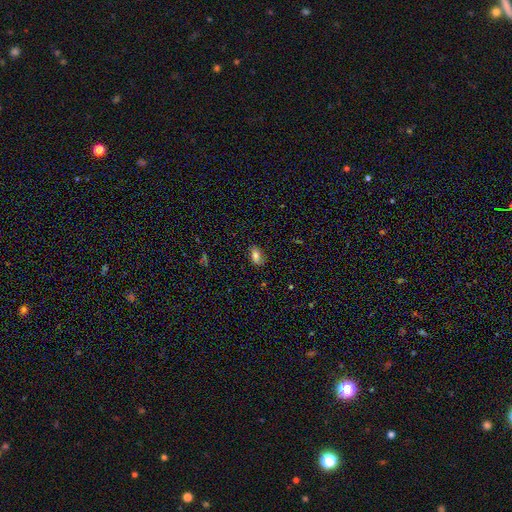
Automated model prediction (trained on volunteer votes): Smooth or featured?
  - smooth: 79% *
  - star or artifact: 11%
  - featured or disk: 10%
How rounded?
  - in between: 89% *
  - round: 8%
  - cigar-shaped: 4%
Merging?
  - none: 81% *
  - minor disturbance: 15%
  - major disturbance: 3%
  - merger: 1%